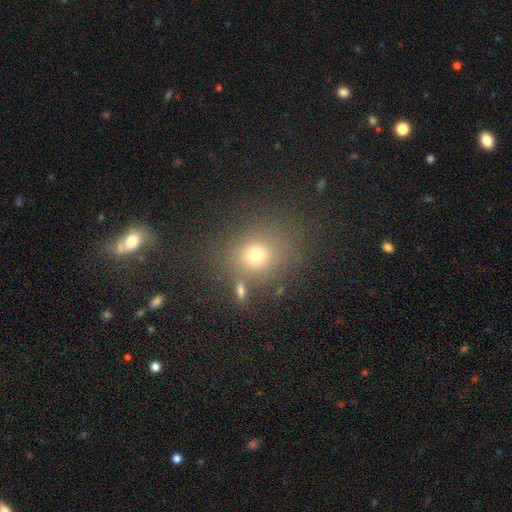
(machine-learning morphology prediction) The model was most divided on "how rounded": round: 65%, in between: 34%, cigar-shaped: 1%. More confident: merging — none (73%); smooth or featured — smooth (70%).